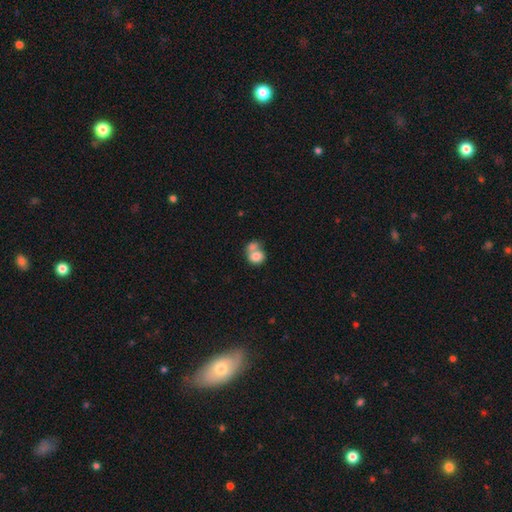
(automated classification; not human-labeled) smooth-or-featured: smooth: 79% | featured or disk: 13% | star or artifact: 8%
  how-rounded: round: 60% | in between: 39% | cigar-shaped: 1%
  merging: merger: 61% | none: 25% | minor disturbance: 8% | major disturbance: 6%